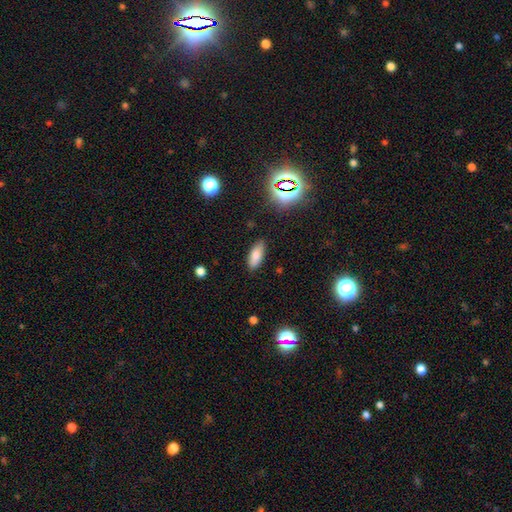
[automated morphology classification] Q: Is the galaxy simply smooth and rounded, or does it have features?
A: smooth — 82%.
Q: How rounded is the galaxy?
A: in between — 80%.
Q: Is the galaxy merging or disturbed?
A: none — 86%.